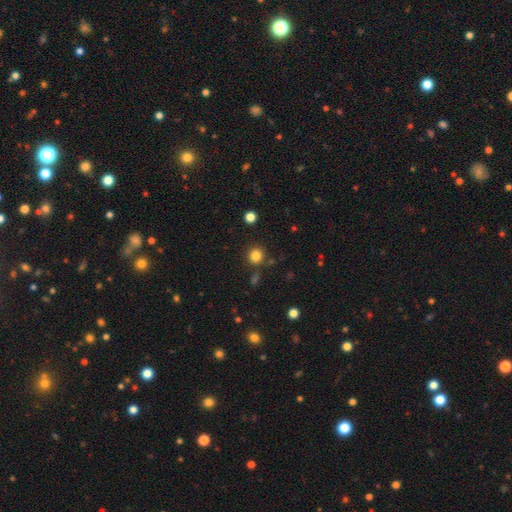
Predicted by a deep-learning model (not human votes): smooth_or_featured: smooth (p=0.82) [alt: star or artifact p=0.13]
how_rounded: round (p=0.91) [alt: in between p=0.08]
merging: none (p=0.85) [alt: minor disturbance p=0.08]